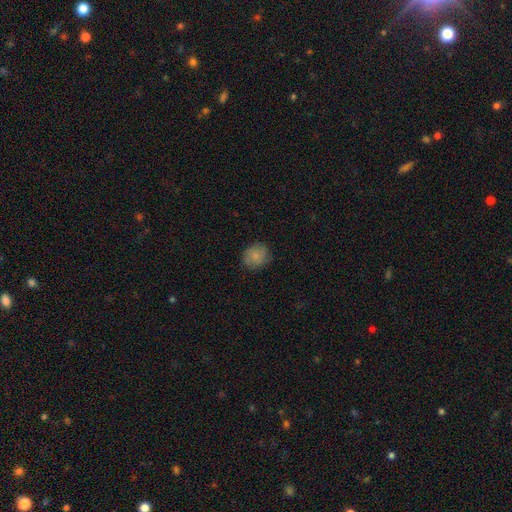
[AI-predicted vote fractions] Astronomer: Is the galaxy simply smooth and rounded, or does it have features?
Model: smooth — 83%.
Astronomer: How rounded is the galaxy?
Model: round — 69%.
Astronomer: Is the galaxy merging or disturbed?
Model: none — 81%.